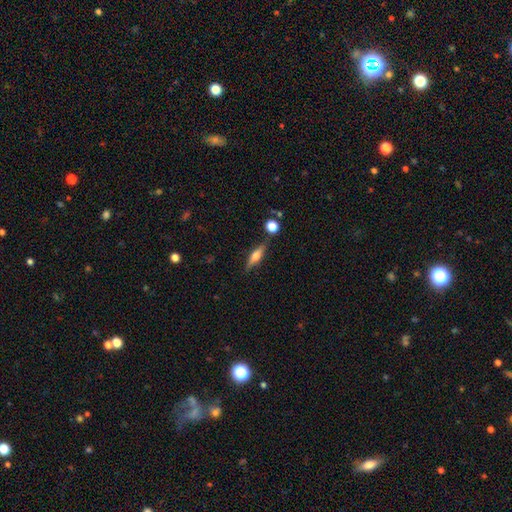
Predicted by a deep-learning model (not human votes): Smooth or featured: featured or disk — 55% (smooth — 37%)
Edge-on disk: yes — 94% (no — 6%)
Edge-on bulge: rounded — 90% (boxy — 7%)
Merging: none — 80% (minor disturbance — 12%)